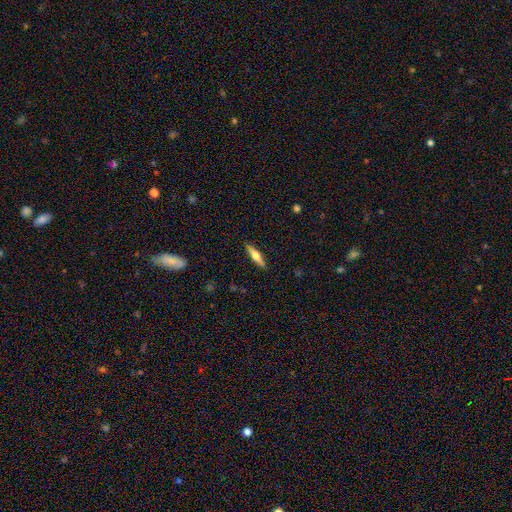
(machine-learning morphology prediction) smooth 48%, featured or disk 46%, star or artifact 6%. Down the decision tree: merging — none (90%).